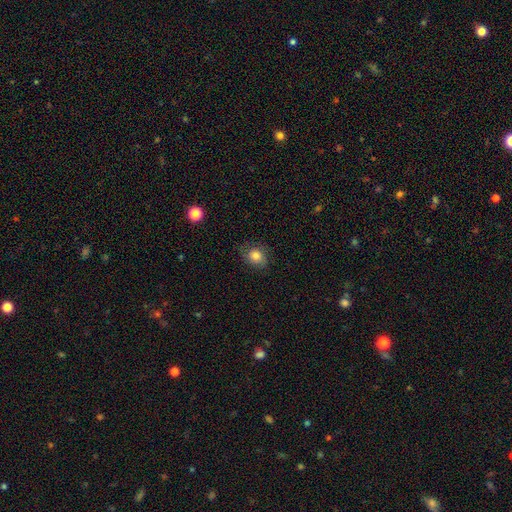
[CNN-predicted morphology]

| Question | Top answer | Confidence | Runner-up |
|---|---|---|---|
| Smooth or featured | smooth | 77% | featured or disk (14%) |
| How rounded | round | 56% | in between (42%) |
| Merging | none | 69% | minor disturbance (22%) |